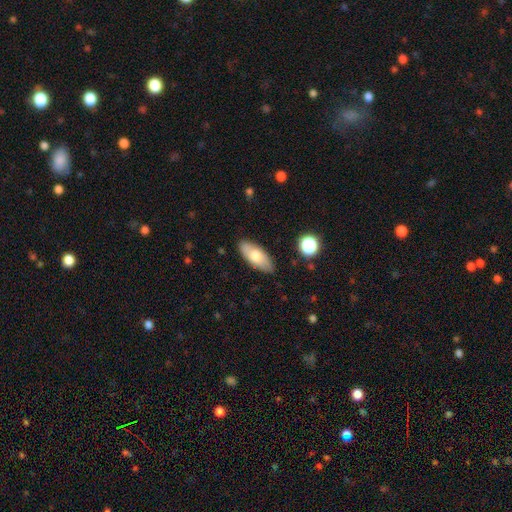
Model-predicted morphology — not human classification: A smooth galaxy with no disk features (72%) that is in between round and cigar-shaped (82%). Merging: none (85%).